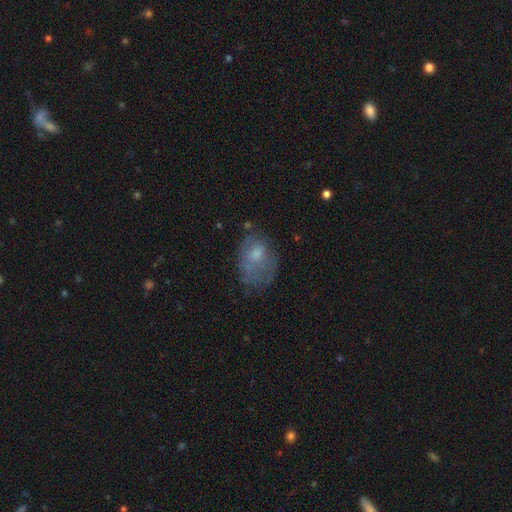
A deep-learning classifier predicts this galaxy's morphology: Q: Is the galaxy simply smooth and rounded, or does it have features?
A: smooth — 58%.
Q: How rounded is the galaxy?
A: in between — 74%.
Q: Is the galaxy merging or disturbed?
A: none — 40%.